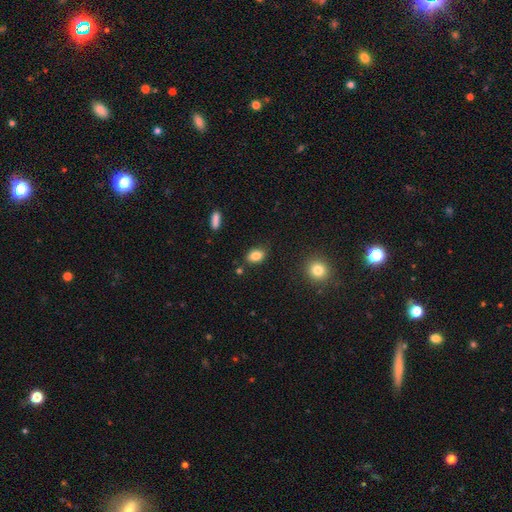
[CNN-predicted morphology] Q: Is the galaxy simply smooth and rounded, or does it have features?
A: smooth — 84%.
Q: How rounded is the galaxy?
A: in between — 82%.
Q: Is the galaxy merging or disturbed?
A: none — 82%.